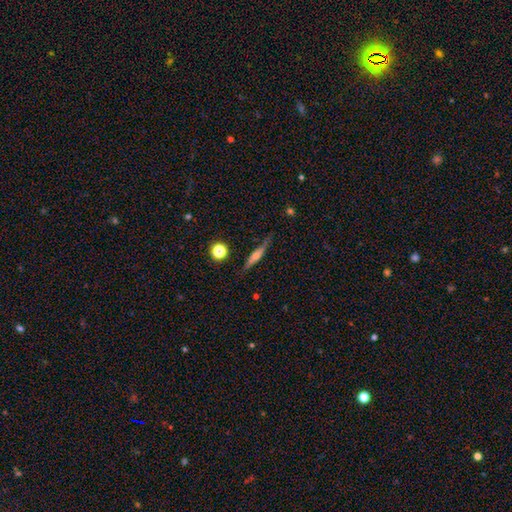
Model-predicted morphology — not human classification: featured or disk 58%, smooth 33%, star or artifact 8%. Down the decision tree: edge-on disk — yes (94%); edge-on bulge — rounded (68%); merging — none (81%).